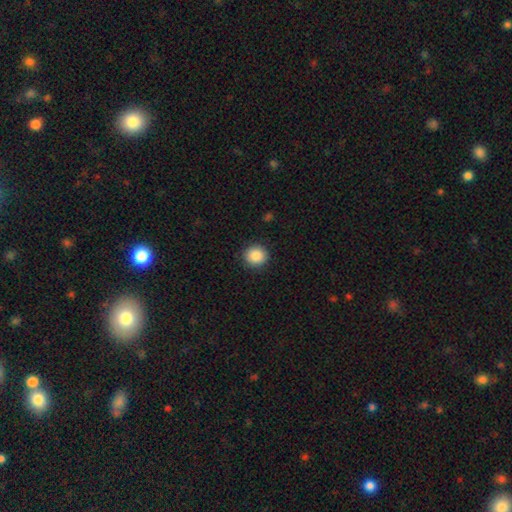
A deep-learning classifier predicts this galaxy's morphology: This is clearly a smooth galaxy (88%). How rounded: clearly round (91%). Merging: clearly none (91%).